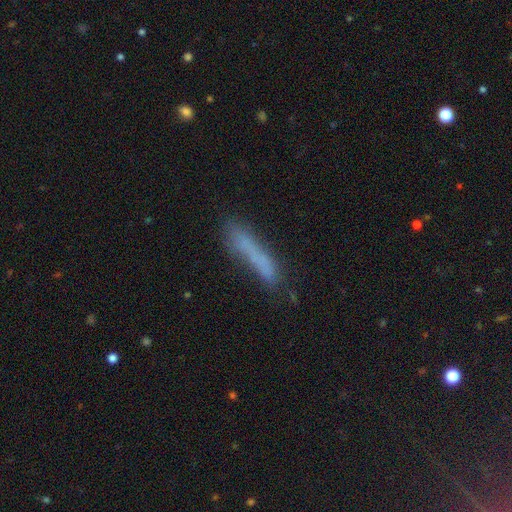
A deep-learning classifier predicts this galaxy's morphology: smooth-or-featured: smooth: 67% | featured or disk: 22% | star or artifact: 10%
  how-rounded: cigar-shaped: 92% | in between: 7% | round: 2%
  merging: none: 65% | minor disturbance: 20% | major disturbance: 8% | merger: 6%